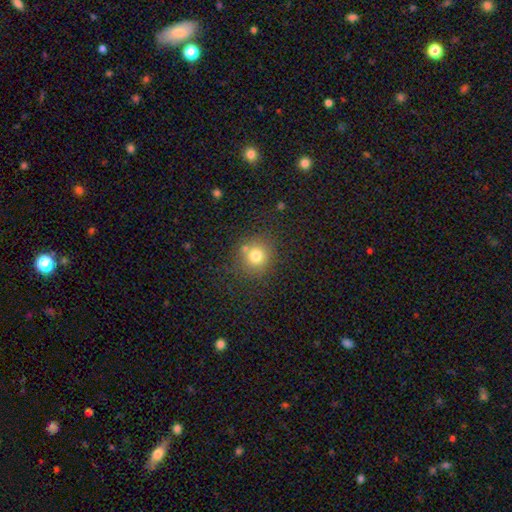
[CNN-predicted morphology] smooth_or_featured: smooth (p=0.76) [alt: star or artifact p=0.15]
how_rounded: round (p=0.89) [alt: in between p=0.10]
merging: none (p=0.76) [alt: minor disturbance p=0.11]